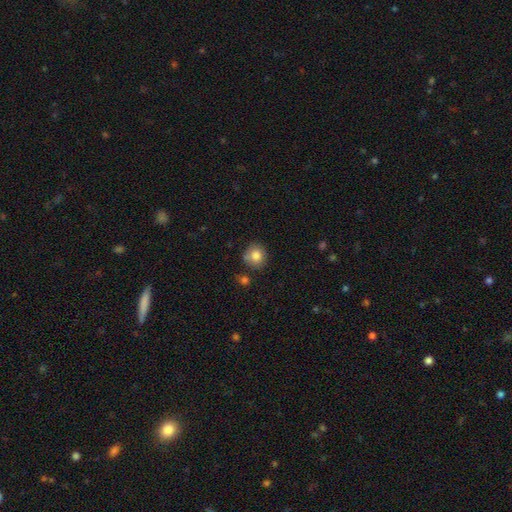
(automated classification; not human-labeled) A smooth galaxy with no disk features (81%) that is round (85%). Merging: none (74%).